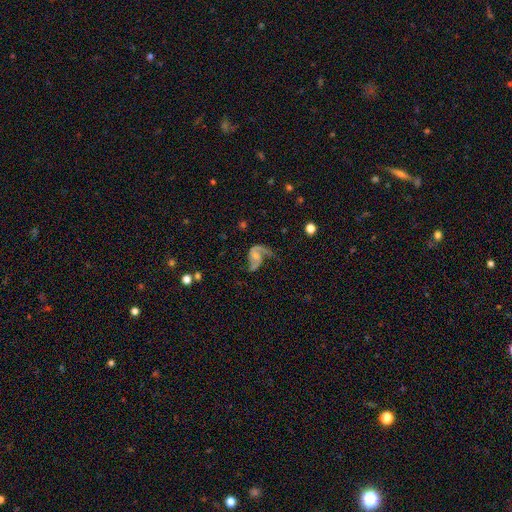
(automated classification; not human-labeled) This appears to be a featured or disk galaxy (83%) with no bar (60%), 2 (78%) loose (57%) spiral arms (94%) and a small central bulge (51%). Merging: none (43%).